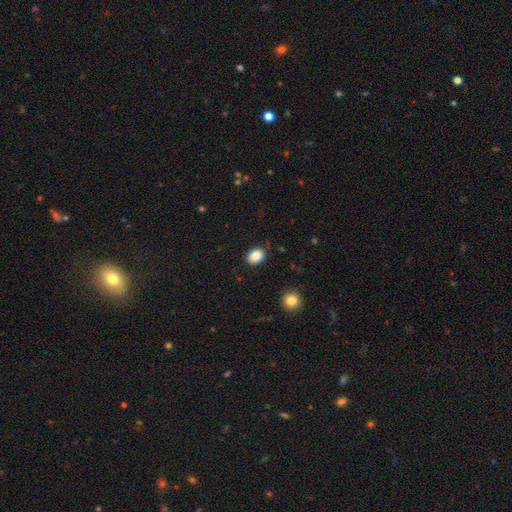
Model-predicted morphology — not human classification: smooth 87%, star or artifact 9%, featured or disk 4%. Down the decision tree: how rounded — in between (69%); merging — none (85%).